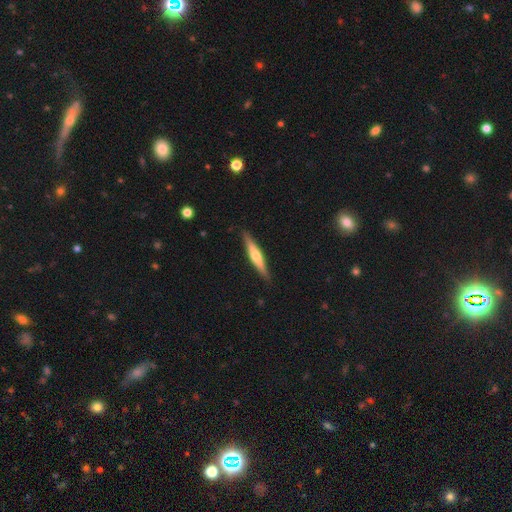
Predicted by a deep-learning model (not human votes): Overall: featured or disk (60%; smooth 35%). Edge-on disk: yes (96%). Edge-on bulge: rounded (87%). Merging: none (89%).